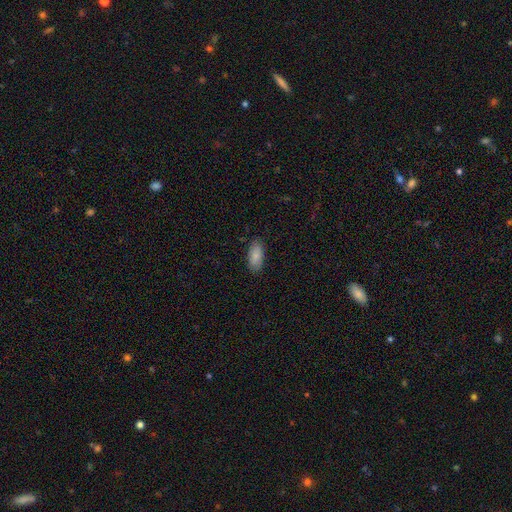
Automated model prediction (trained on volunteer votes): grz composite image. It shows a smooth galaxy with no disk features (85%) that is in between round and cigar-shaped (91%). Merging: none (86%).